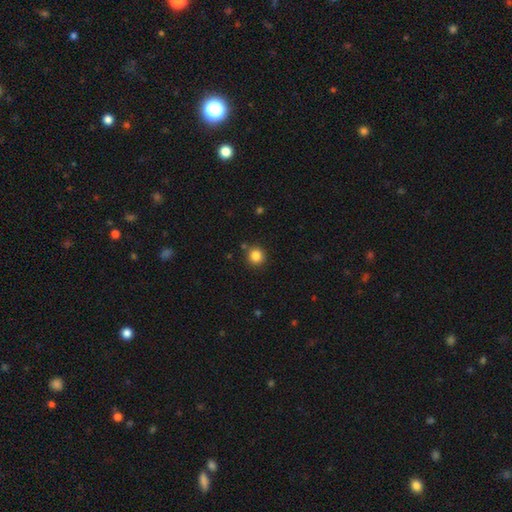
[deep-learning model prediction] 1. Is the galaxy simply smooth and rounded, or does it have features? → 85% smooth, 11% star or artifact, 4% featured or disk.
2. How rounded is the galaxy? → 93% round, 6% in between, 1% cigar-shaped.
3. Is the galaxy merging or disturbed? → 86% none, 8% minor disturbance, 4% merger, 2% major disturbance.